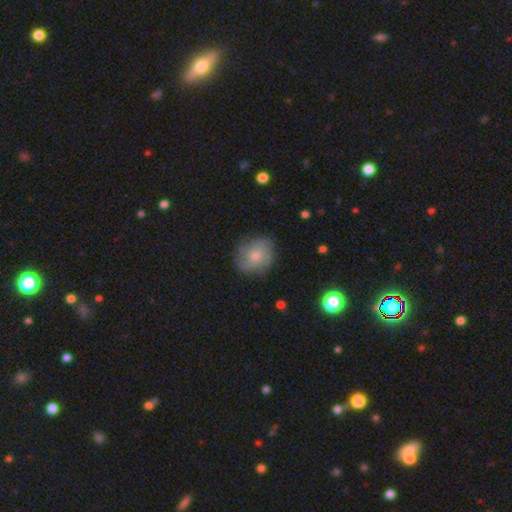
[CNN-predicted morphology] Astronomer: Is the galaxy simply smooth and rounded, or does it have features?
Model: smooth — 51% (runner-up: featured or disk, 41%).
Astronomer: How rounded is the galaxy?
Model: round — 67%.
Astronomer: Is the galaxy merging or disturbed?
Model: none — 75%.